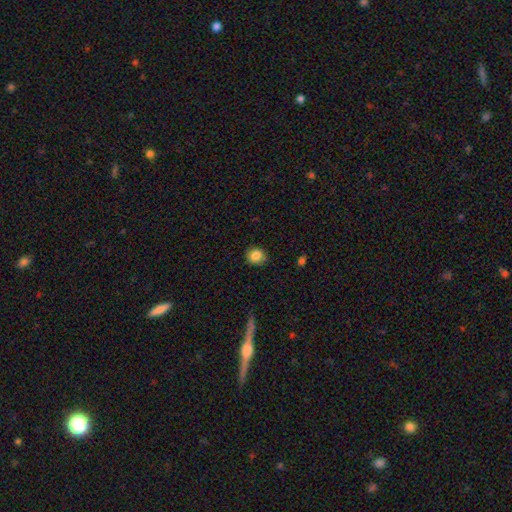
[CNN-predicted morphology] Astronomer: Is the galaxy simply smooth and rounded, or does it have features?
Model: smooth — 85%.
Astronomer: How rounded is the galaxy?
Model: round — 80%.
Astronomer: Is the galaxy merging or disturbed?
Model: none — 85%.